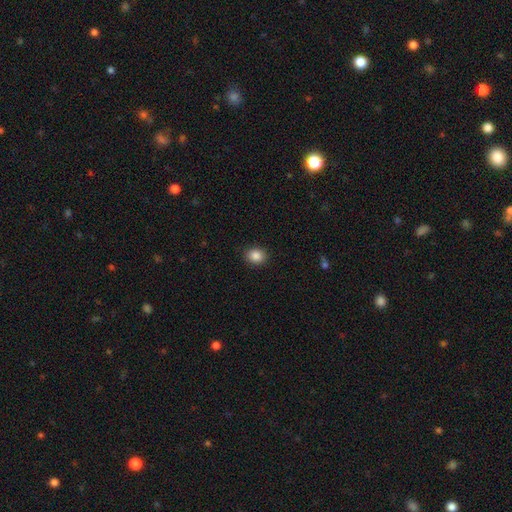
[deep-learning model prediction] Overall: smooth (87%). How rounded: round (63%; in between 36%). Merging: none (90%).